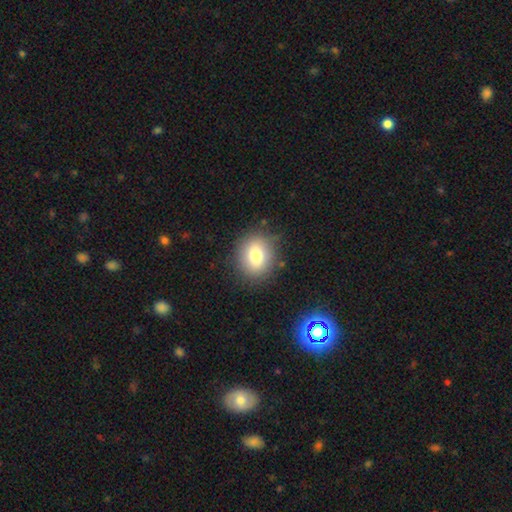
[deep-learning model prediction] smooth_or_featured: smooth (p=0.78) [alt: featured or disk p=0.12]
how_rounded: round (p=0.66) [alt: in between p=0.33]
merging: none (p=0.83) [alt: minor disturbance p=0.11]